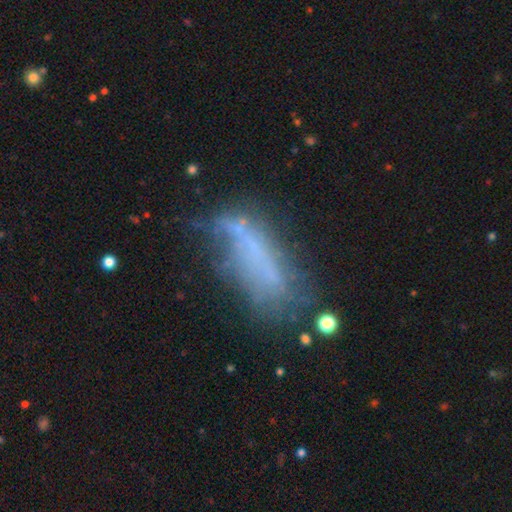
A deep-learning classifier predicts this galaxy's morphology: smooth_or_featured: smooth (p=0.42) [alt: featured or disk p=0.41]
merging: none (p=0.37) [alt: major disturbance p=0.27]